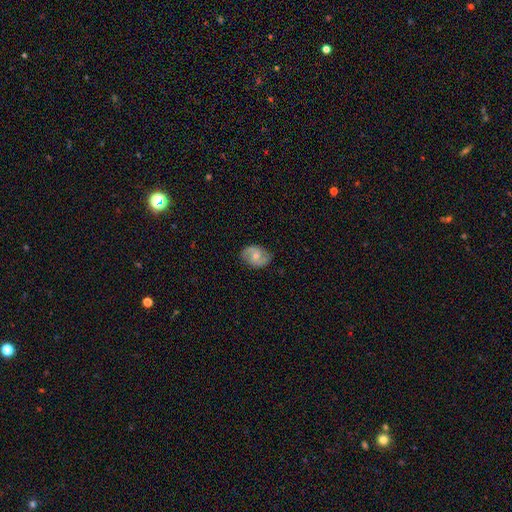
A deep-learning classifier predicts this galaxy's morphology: Q: Smooth or featured?
A: featured or disk (70%); runner-up: smooth (23%)
Q: Edge-on disk?
A: no (97%); runner-up: yes (3%)
Q: Bar?
A: no (46%); runner-up: weak (45%)
Q: Spiral arms?
A: yes (92%); runner-up: no (8%)
Q: Spiral winding?
A: medium (50%); runner-up: loose (28%)
Q: Spiral arm count?
A: 2 (90%); runner-up: can't tell (5%)
Q: Bulge size?
A: moderate (52%); runner-up: small (42%)
Q: Merging?
A: none (82%); runner-up: minor disturbance (14%)